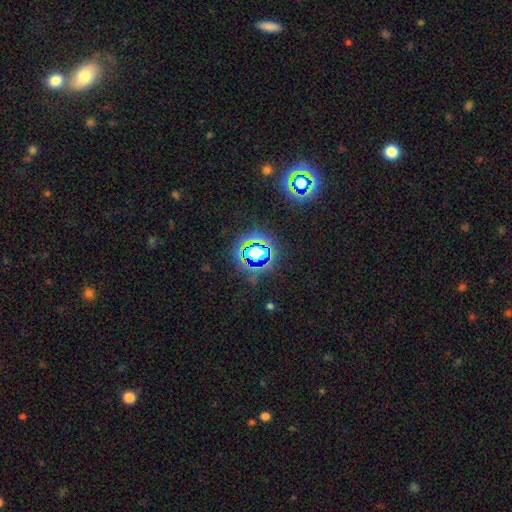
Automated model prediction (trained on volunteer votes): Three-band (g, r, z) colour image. It shows a star or artifact, not a galaxy (69%).